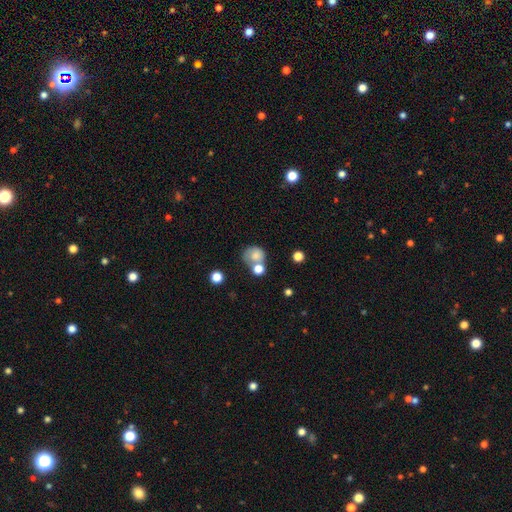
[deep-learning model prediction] Smooth or featured: smooth — 75% (featured or disk — 15%)
How rounded: round — 73% (in between — 26%)
Merging: none — 38% (merger — 35%)